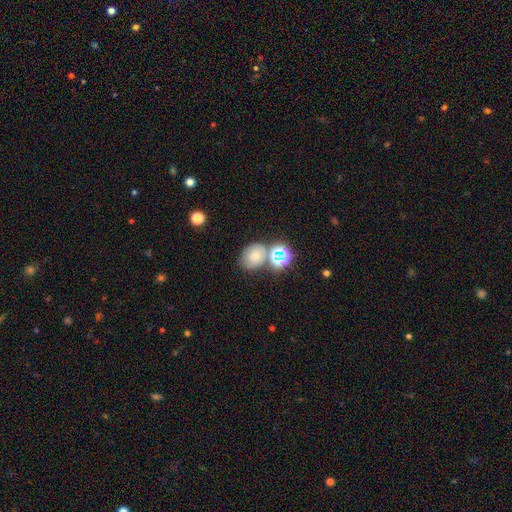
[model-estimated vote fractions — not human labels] smooth-or-featured: smooth: 69% | star or artifact: 20% | featured or disk: 11%
  how-rounded: in between: 51% | round: 48% | cigar-shaped: 1%
  merging: none: 60% | merger: 21% | minor disturbance: 14% | major disturbance: 5%